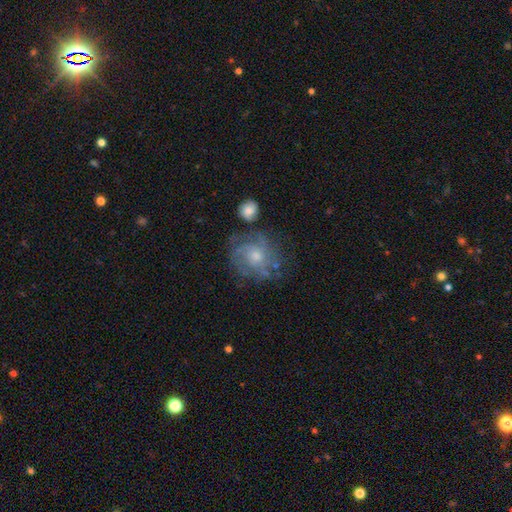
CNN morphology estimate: The model was most divided on "bulge size": moderate: 48%, small: 45%, large: 3%, none: 3%, dominant: 1%. Remaining: edge-on disk — no (97%); spiral arms — yes (81%); bar — no (79%); smooth or featured — featured or disk (67%); merging — none (65%); spiral winding — tight (51%); spiral arm count — can't tell (46%).